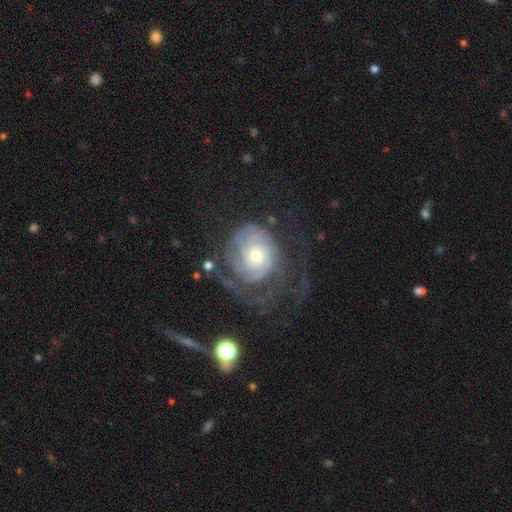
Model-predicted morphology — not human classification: Smooth or featured?
  - featured or disk: 85% *
  - smooth: 9%
  - star or artifact: 6%
Edge-on disk?
  - no: 97% *
  - yes: 3%
Bar?
  - no: 75% *
  - weak: 20%
  - strong: 4%
Spiral arms?
  - yes: 95% *
  - no: 5%
Spiral winding?
  - tight: 69% *
  - medium: 23%
  - loose: 8%
Spiral arm count?
  - can't tell: 35% *
  - 2: 28%
  - 3: 16%
  - 4: 8%
  - 1: 7%
  - more than 4: 6%
Bulge size?
  - moderate: 49% *
  - small: 42%
  - large: 6%
  - none: 1%
  - dominant: 1%
Merging?
  - none: 53% *
  - major disturbance: 27%
  - minor disturbance: 18%
  - merger: 2%